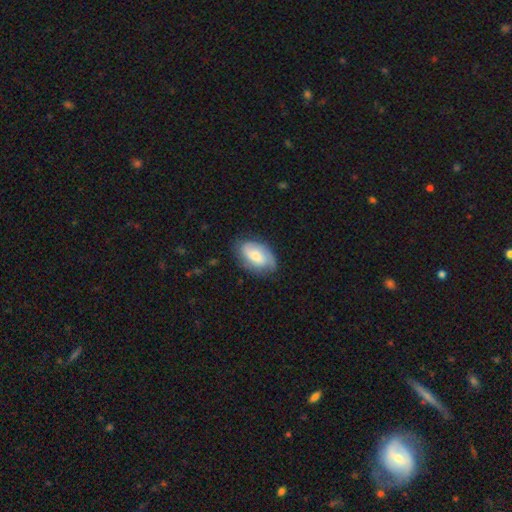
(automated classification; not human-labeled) Smooth or featured? Predicted: smooth (p=0.50). Merging? Predicted: none (p=0.71).